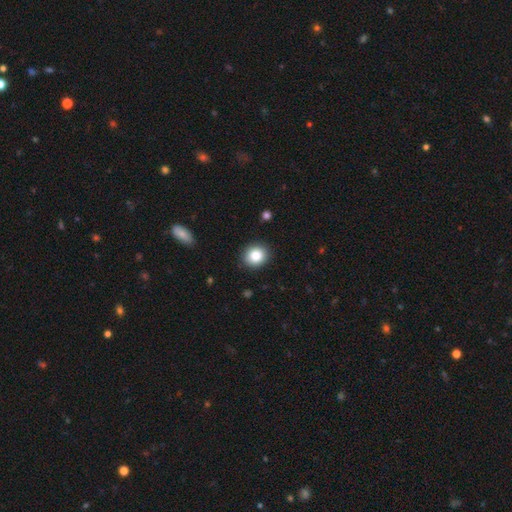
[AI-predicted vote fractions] A smooth galaxy with no disk features (84%) that is round (80%).

Vote fractions:
- Smooth or featured? smooth: 84% / star or artifact: 9% / featured or disk: 6%
- How rounded? round: 80% / in between: 20% / cigar-shaped: 1%
- Merging? none: 90% / minor disturbance: 7% / major disturbance: 2% / merger: 1%